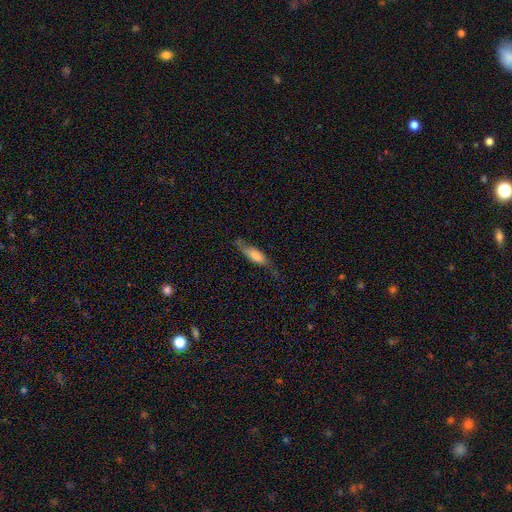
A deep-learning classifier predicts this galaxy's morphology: smooth_or_featured: smooth (p=0.60) [alt: featured or disk p=0.34]
how_rounded: in between (p=0.53) [alt: cigar-shaped p=0.44]
merging: none (p=0.52) [alt: minor disturbance p=0.29]